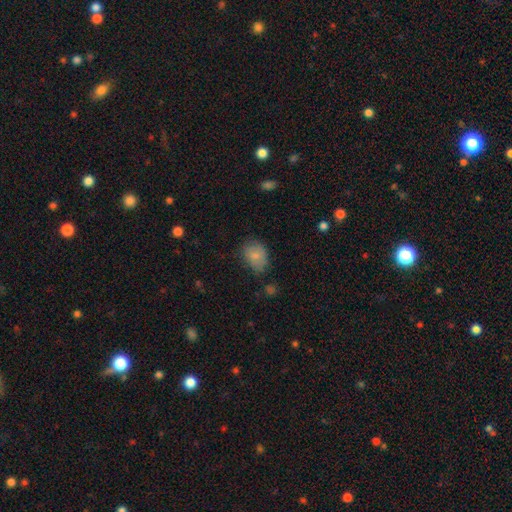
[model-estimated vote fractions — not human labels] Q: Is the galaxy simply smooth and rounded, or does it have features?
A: smooth — 82%.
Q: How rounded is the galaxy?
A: in between — 65%.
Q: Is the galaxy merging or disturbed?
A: none — 60%.